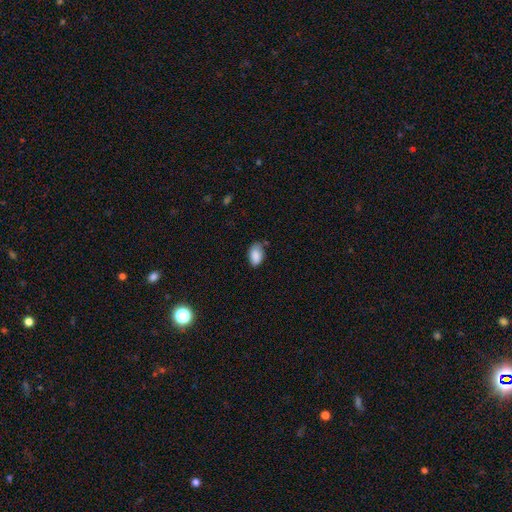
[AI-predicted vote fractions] Smooth or featured?
  - smooth: 87% *
  - star or artifact: 8%
  - featured or disk: 5%
How rounded?
  - in between: 90% *
  - round: 8%
  - cigar-shaped: 1%
Merging?
  - none: 62% *
  - minor disturbance: 29%
  - major disturbance: 6%
  - merger: 4%